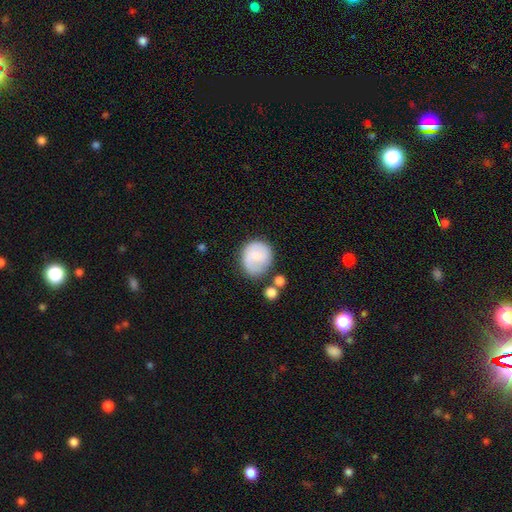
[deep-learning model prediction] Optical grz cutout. It shows a smooth galaxy with no disk features (56%) that is round (79%). Merging: none (62%).